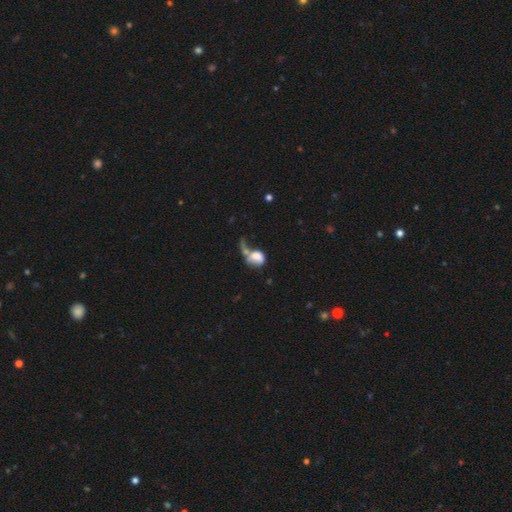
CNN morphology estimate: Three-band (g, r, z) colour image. It shows a smooth galaxy with no disk features (61%) that is in between round and cigar-shaped (60%). Merging: merger (38%).